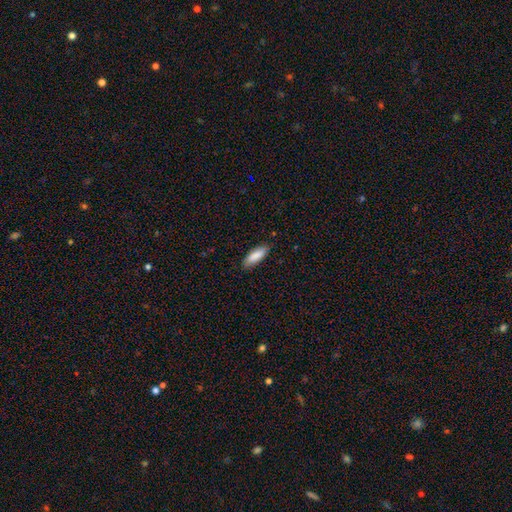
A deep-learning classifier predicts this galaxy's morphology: type=smooth (87%); roundness=in between (58%); merging=none (86%).